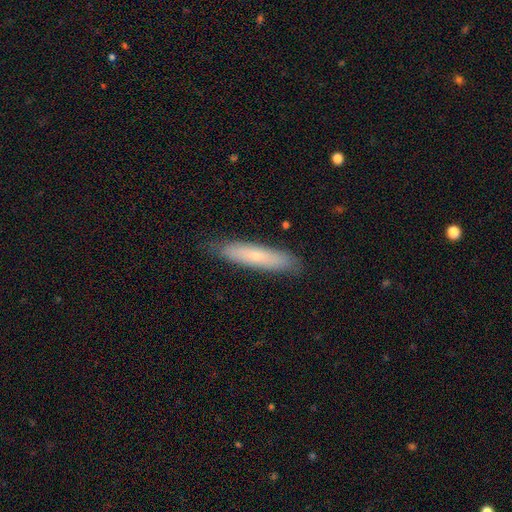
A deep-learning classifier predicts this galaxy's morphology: This appears to be a smooth galaxy with no disk features (57%) that is cigar-shaped (80%). Merging: none (83%).